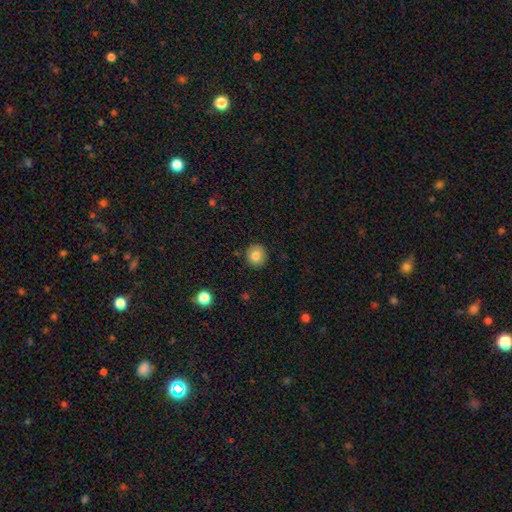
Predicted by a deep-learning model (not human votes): Morphology: type=smooth (80%); roundness=round (88%); merging=none (89%).